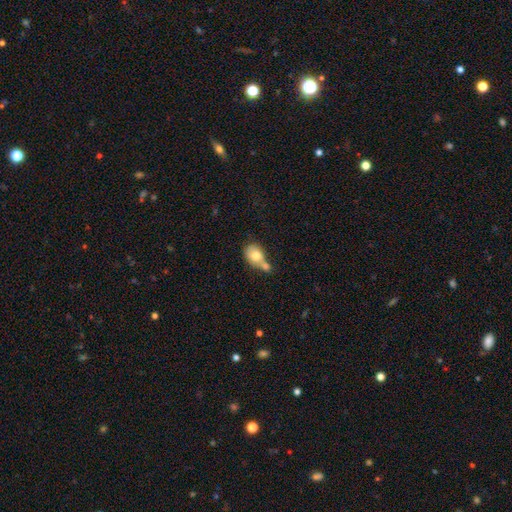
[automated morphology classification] A smooth galaxy with no disk features (74%) that is in between round and cigar-shaped (57%).

Vote fractions:
- Smooth or featured? smooth: 74% / featured or disk: 18% / star or artifact: 8%
- How rounded? in between: 57% / round: 41% / cigar-shaped: 2%
- Merging? merger: 60% / none: 23% / minor disturbance: 12% / major disturbance: 6%